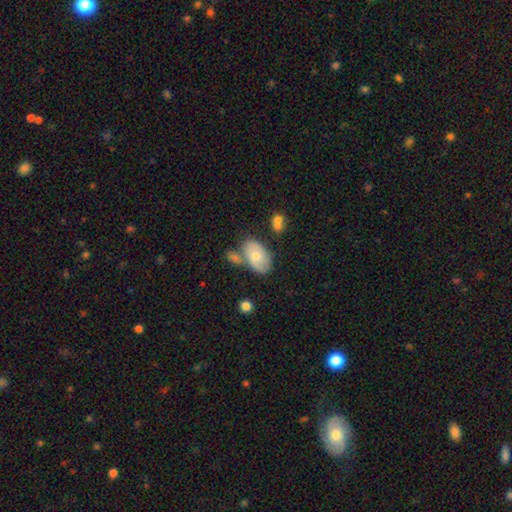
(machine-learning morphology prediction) Smooth or featured: smooth — 61% (featured or disk — 32%)
How rounded: in between — 90% (round — 9%)
Merging: none — 46% (merger — 26%)